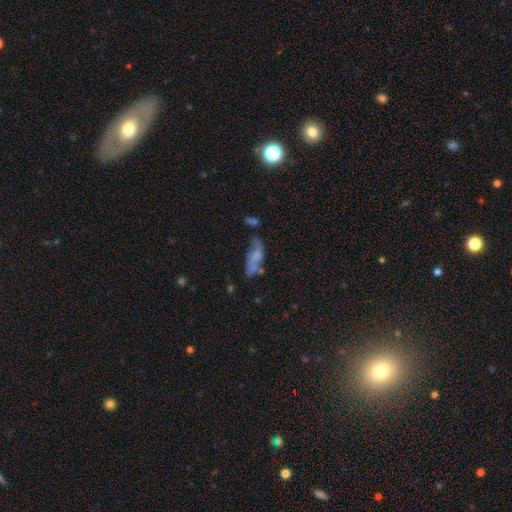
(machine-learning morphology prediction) A smooth galaxy with no disk features (49%).

Vote fractions:
- Smooth or featured? smooth: 49% / featured or disk: 40% / star or artifact: 10%
- Merging? none: 39% / minor disturbance: 25% / major disturbance: 20% / merger: 17%